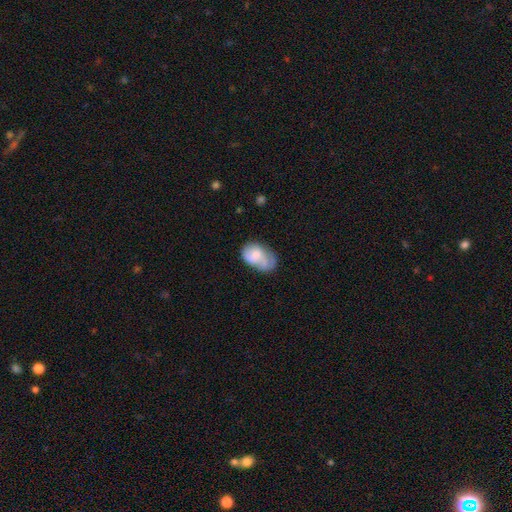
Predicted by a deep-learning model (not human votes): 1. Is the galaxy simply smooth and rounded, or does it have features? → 62% smooth, 30% featured or disk, 8% star or artifact.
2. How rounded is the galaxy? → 85% in between, 13% round, 1% cigar-shaped.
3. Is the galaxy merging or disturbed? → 34% minor disturbance, 29% none, 23% major disturbance, 14% merger.